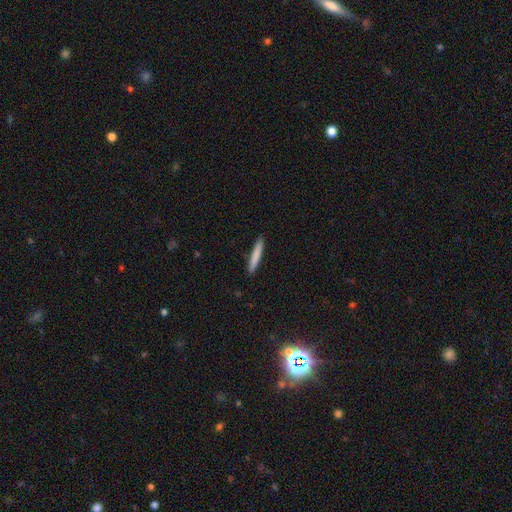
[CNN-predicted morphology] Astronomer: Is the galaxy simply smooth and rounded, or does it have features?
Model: smooth — 81%.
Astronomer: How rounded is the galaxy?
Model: cigar-shaped — 95%.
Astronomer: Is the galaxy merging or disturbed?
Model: none — 92%.